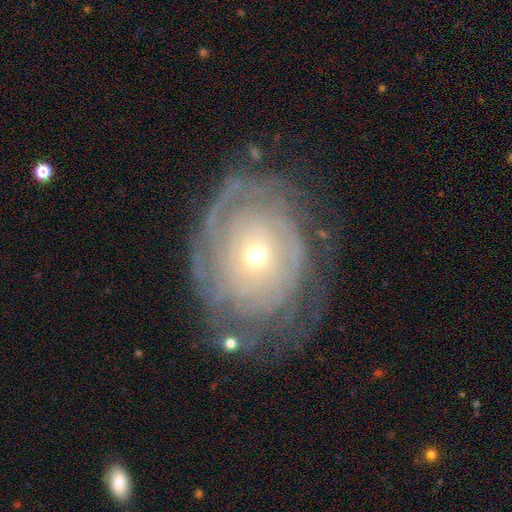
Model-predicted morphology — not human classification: Smooth or featured? Predicted: featured or disk (p=0.82). Edge-on disk? Predicted: no (p=0.96). Bar? Predicted: no (p=0.80). Spiral arms? Predicted: yes (p=0.89). Spiral winding? Predicted: tight (p=0.81). Spiral arm count? Predicted: can't tell (p=0.49). Bulge size? Predicted: small (p=0.63). Merging? Predicted: none (p=0.69).